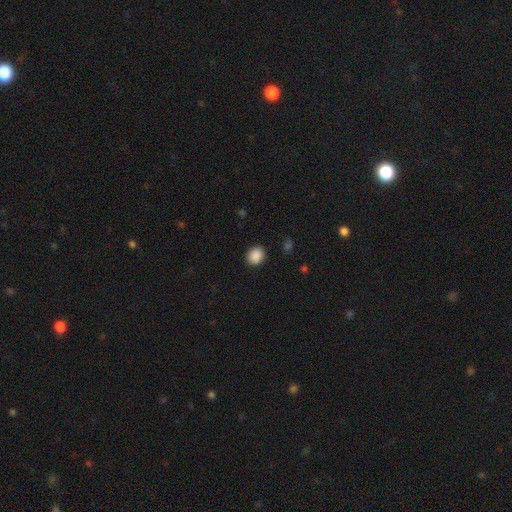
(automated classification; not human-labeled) smooth-or-featured: smooth: 89% | star or artifact: 9% | featured or disk: 3%
  how-rounded: round: 69% | in between: 30% | cigar-shaped: 1%
  merging: none: 90% | minor disturbance: 7% | major disturbance: 2% | merger: 1%